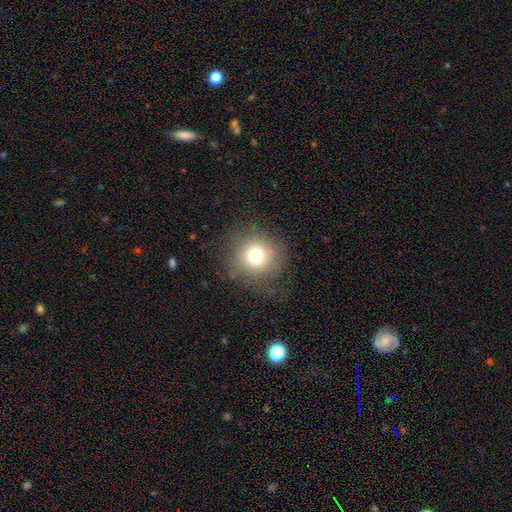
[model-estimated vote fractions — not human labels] Smooth or featured? Predicted: smooth (p=0.72). How rounded? Predicted: round (p=0.92). Merging? Predicted: none (p=0.75).